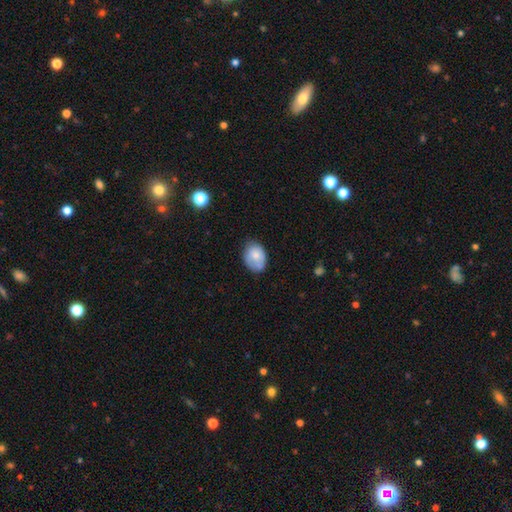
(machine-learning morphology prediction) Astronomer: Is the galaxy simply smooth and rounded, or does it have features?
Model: smooth — 75%.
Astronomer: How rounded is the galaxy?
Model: in between — 73%.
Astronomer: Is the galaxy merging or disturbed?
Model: none — 58%.